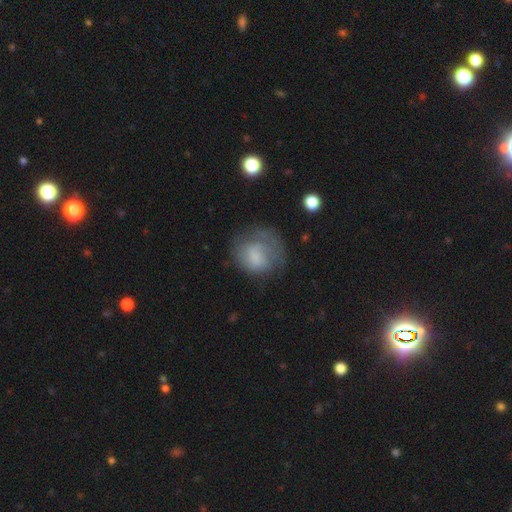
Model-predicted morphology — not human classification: Smooth or featured? smooth (60%)
How rounded? round (69%)
Merging? none (46%)